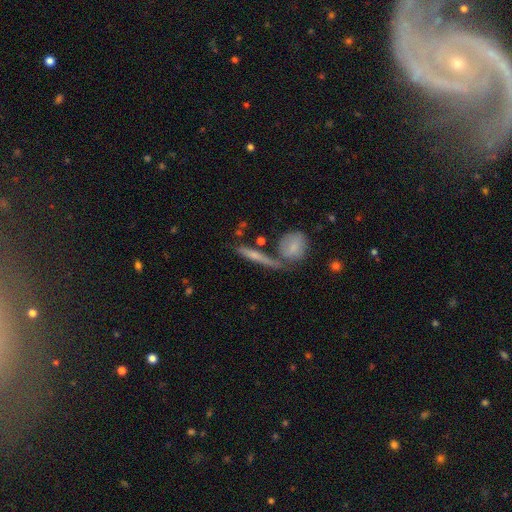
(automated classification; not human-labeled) This is possibly a smooth galaxy (47%). Merging: likely none (63%).